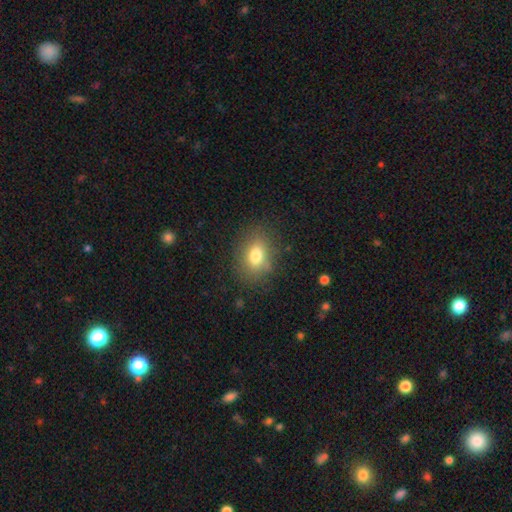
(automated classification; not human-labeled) Smooth or featured? smooth (77%)
How rounded? in between (64%)
Merging? none (79%)